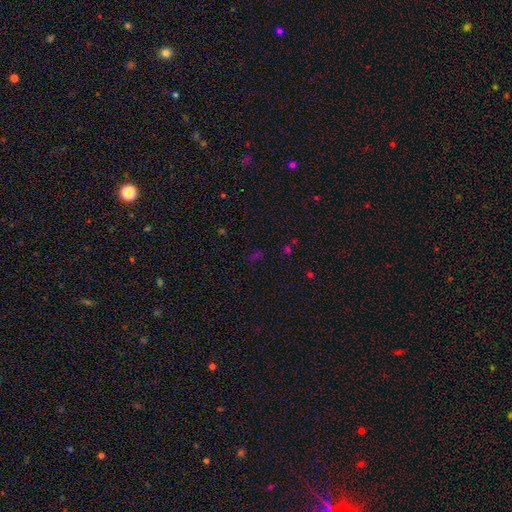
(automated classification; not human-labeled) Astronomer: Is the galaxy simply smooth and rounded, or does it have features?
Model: star or artifact — 53% (runner-up: smooth, 39%).